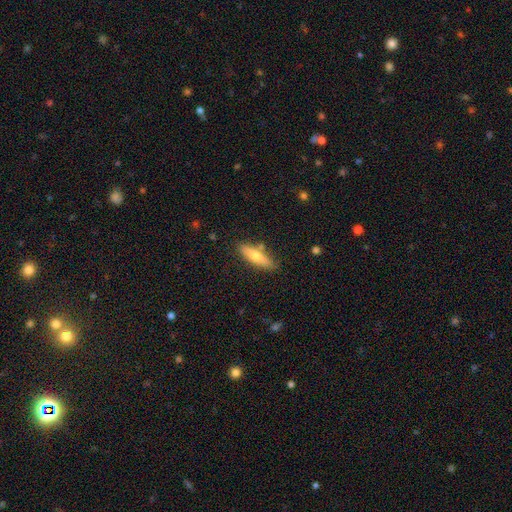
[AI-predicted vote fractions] Morphology: type=smooth (58%); roundness=cigar-shaped (64%); merging=none (81%).